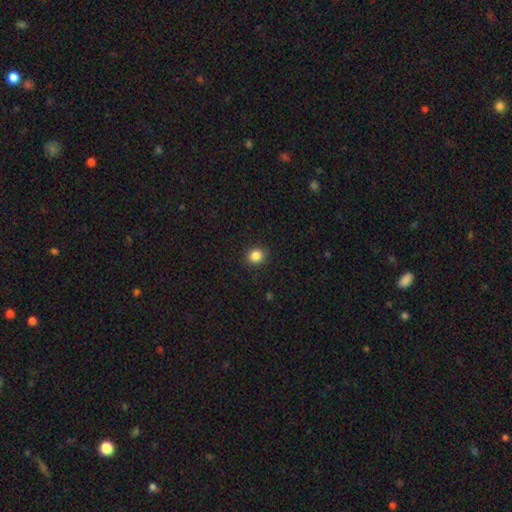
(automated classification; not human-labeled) smooth-or-featured: smooth: 85% | star or artifact: 11% | featured or disk: 4%
  how-rounded: round: 76% | in between: 23% | cigar-shaped: 1%
  merging: none: 90% | minor disturbance: 7% | major disturbance: 2% | merger: 1%